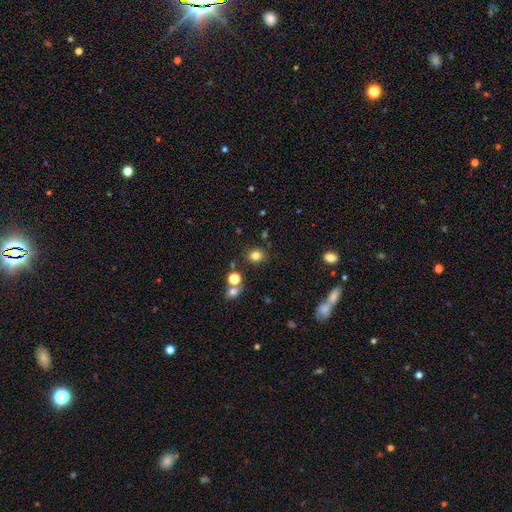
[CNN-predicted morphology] smooth 79%, star or artifact 14%, featured or disk 7%. Down the decision tree: how rounded — round (67%); merging — none (81%).